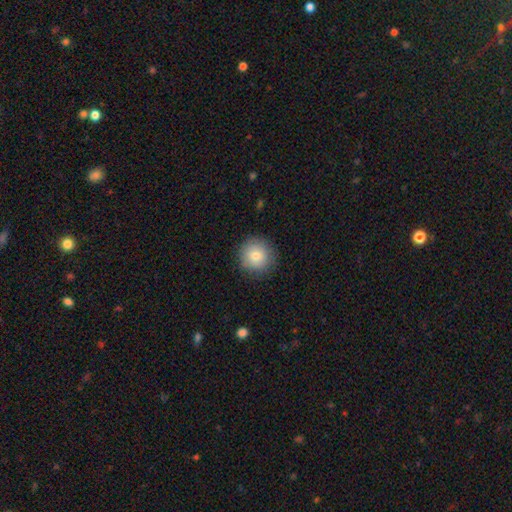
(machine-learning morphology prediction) This appears to be a smooth galaxy with no disk features (79%) that is round (95%). Merging: none (88%).